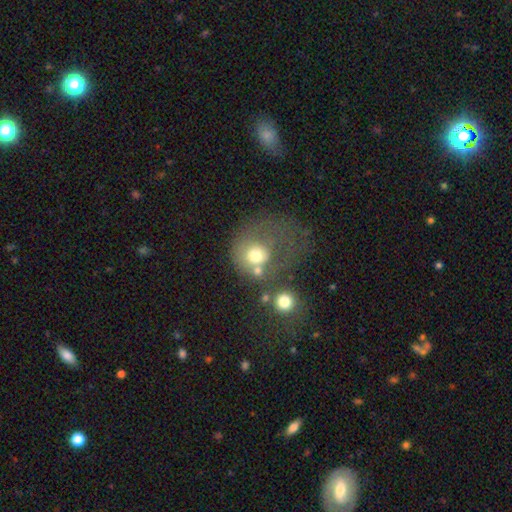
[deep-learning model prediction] This is likely a smooth galaxy (62%). How rounded: likely round (74%). Merging: marginally major disturbance (31%).